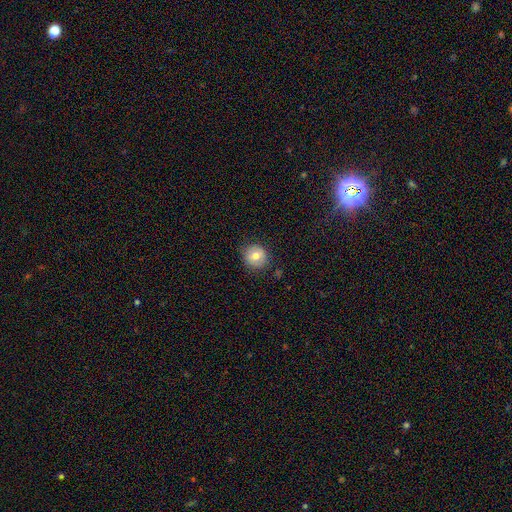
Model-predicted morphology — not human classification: Overall: smooth (75%). How rounded: round (92%). Merging: none (86%).